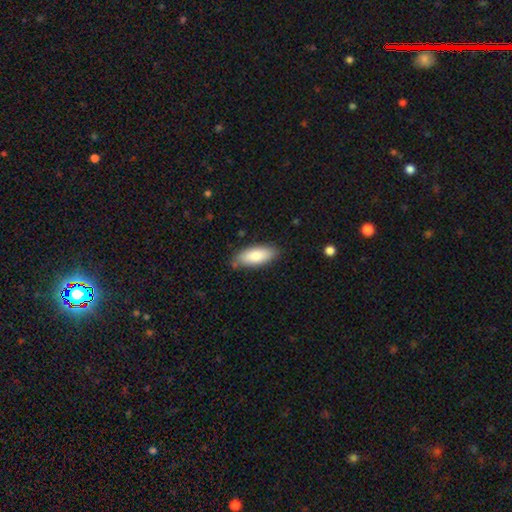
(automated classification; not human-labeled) This is clearly a smooth galaxy (82%). How rounded: likely in between (79%). Merging: likely none (79%).